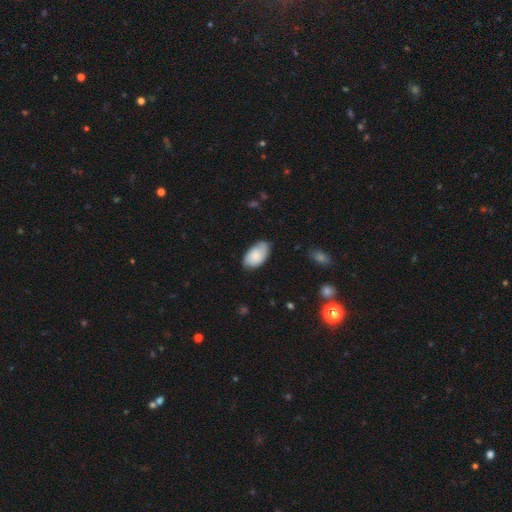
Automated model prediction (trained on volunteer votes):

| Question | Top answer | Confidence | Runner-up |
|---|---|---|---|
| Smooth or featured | smooth | 84% | featured or disk (10%) |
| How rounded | in between | 95% | round (4%) |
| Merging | none | 69% | minor disturbance (25%) |